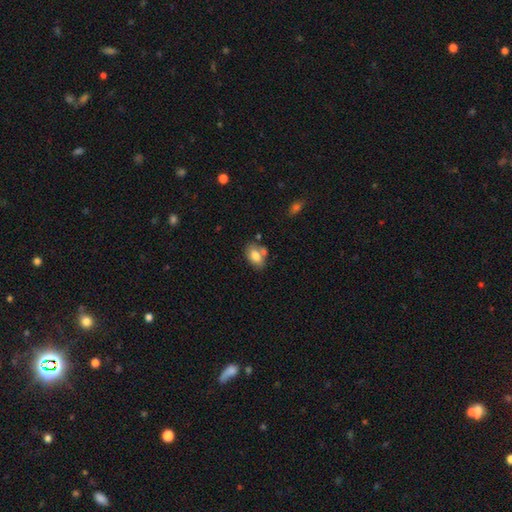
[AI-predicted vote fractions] Smooth or featured? smooth (78%)
How rounded? in between (87%)
Merging? none (56%)